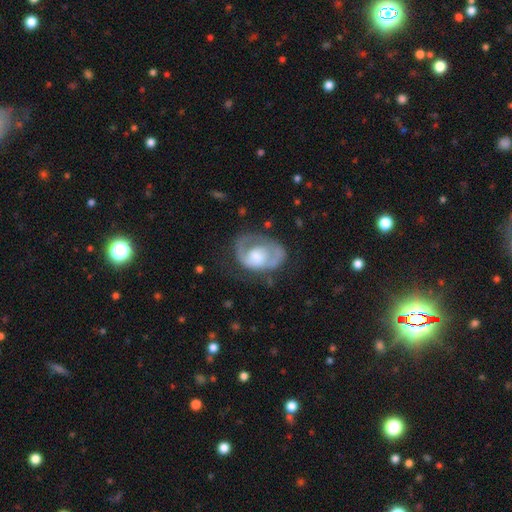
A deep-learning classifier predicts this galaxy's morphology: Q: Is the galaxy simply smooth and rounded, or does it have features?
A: featured or disk — 68%.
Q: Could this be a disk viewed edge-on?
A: no — 96%.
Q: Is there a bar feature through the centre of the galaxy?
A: no — 74%.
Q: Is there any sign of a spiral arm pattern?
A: yes — 73%.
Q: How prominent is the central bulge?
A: large — 38%.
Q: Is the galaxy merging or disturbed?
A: none — 54%.